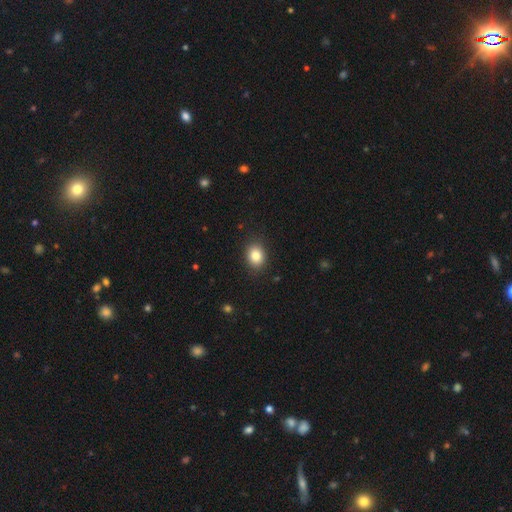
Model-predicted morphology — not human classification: type=smooth (83%); roundness=in between (51%); merging=none (88%).